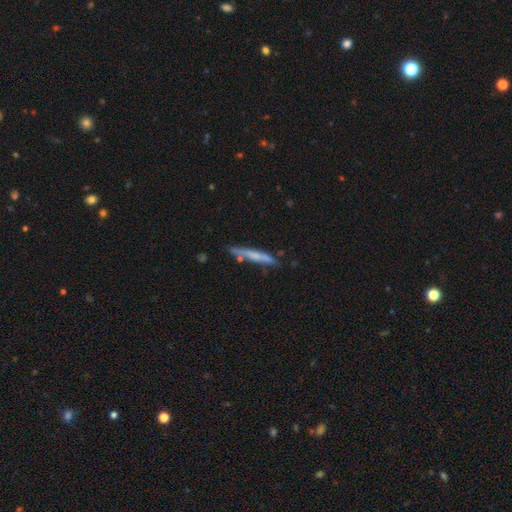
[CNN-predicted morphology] Q: Smooth or featured?
A: smooth (54%); runner-up: featured or disk (39%)
Q: How rounded?
A: cigar-shaped (94%); runner-up: in between (4%)
Q: Merging?
A: none (72%); runner-up: minor disturbance (19%)